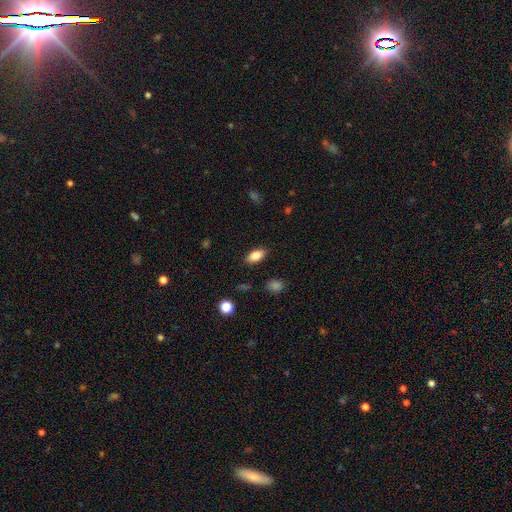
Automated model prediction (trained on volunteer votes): Q: Smooth or featured?
A: smooth (84%); runner-up: featured or disk (9%)
Q: How rounded?
A: in between (89%); runner-up: cigar-shaped (7%)
Q: Merging?
A: none (87%); runner-up: minor disturbance (9%)